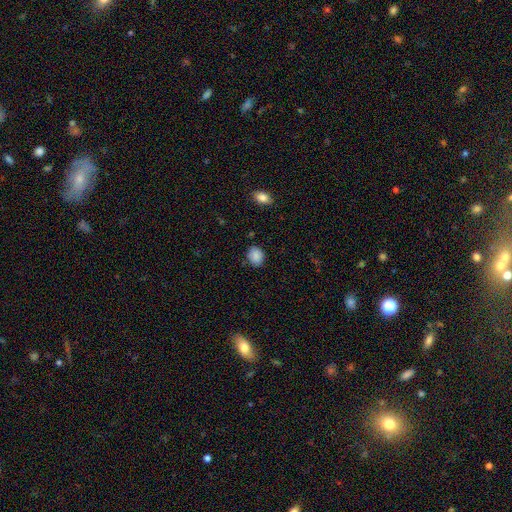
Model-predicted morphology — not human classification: This is clearly a smooth galaxy (86%). How rounded: possibly round (55%). Merging: clearly none (81%).